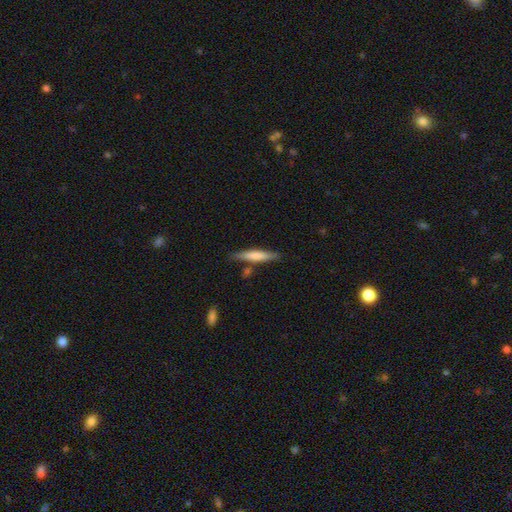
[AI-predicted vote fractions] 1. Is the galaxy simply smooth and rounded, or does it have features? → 64% smooth, 31% featured or disk, 6% star or artifact.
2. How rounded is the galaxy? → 89% cigar-shaped, 10% in between, 1% round.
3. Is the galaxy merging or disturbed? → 79% none, 13% minor disturbance, 6% merger, 3% major disturbance.